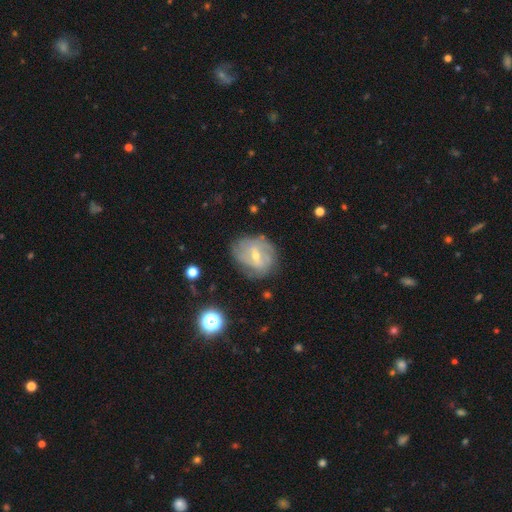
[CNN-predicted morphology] Smooth or featured: featured or disk — 69% (smooth — 21%)
Edge-on disk: no — 96% (yes — 4%)
Bar: weak — 52% (no — 28%)
Spiral arms: yes — 79% (no — 21%)
Spiral winding: tight — 48% (medium — 35%)
Spiral arm count: can't tell — 45% (2 — 29%)
Bulge size: small — 54% (moderate — 43%)
Merging: none — 66% (minor disturbance — 23%)